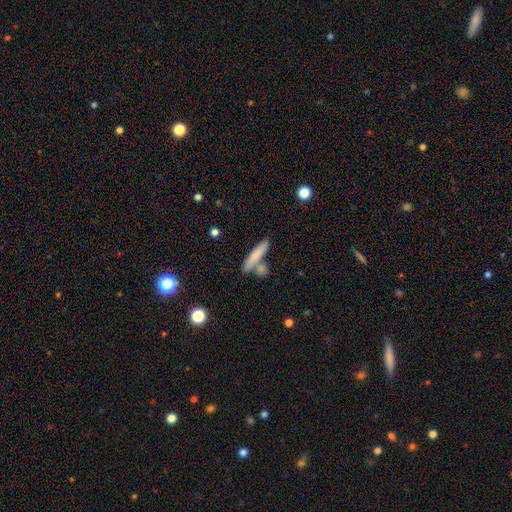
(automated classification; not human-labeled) Smooth or featured? Predicted: smooth (p=0.72). How rounded? Predicted: cigar-shaped (p=0.84). Merging? Predicted: none (p=0.65).